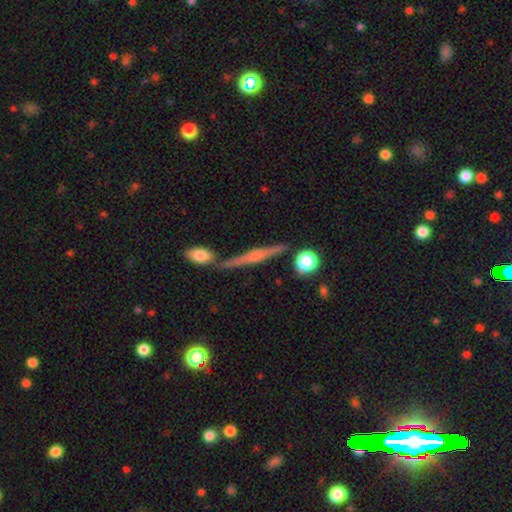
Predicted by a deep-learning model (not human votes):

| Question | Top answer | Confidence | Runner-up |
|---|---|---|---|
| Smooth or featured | featured or disk | 73% | smooth (19%) |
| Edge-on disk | yes | 97% | no (3%) |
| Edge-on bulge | rounded | 69% | boxy (19%) |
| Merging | none | 79% | minor disturbance (10%) |